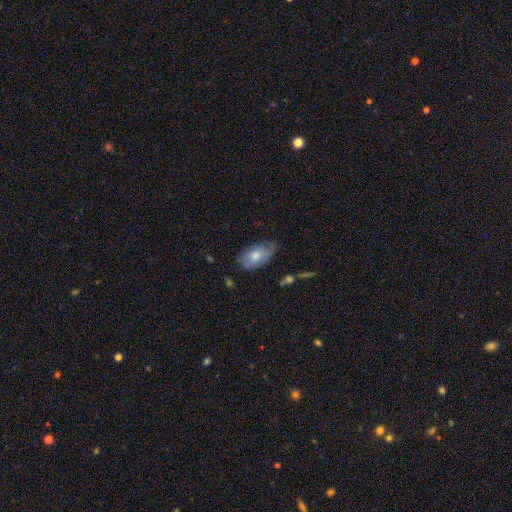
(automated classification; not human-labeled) This appears to be a smooth galaxy with no disk features (68%) that is in between round and cigar-shaped (92%). Merging: none (67%).